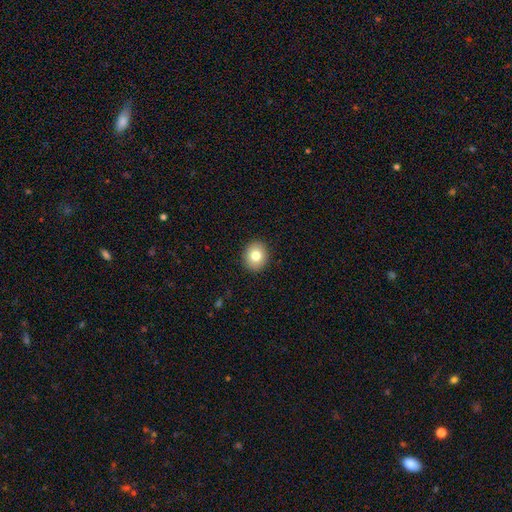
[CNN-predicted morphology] Smooth or featured?
  - smooth: 80% *
  - featured or disk: 10%
  - star or artifact: 10%
How rounded?
  - round: 74% *
  - in between: 26%
  - cigar-shaped: 1%
Merging?
  - none: 92% *
  - minor disturbance: 6%
  - major disturbance: 2%
  - merger: 1%